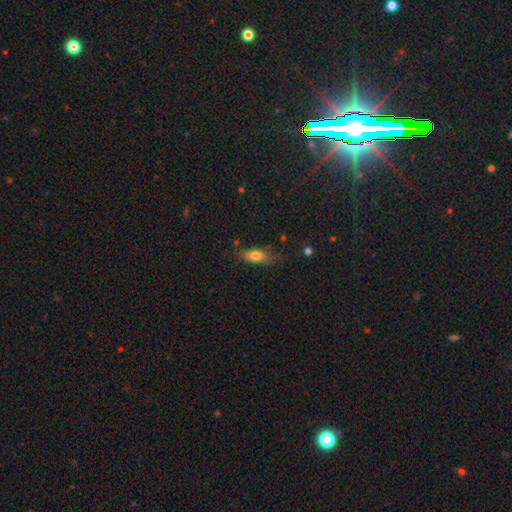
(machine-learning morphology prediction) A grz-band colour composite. It shows a smooth galaxy with no disk features (75%) that is in between round and cigar-shaped (74%). Merging: none (63%).